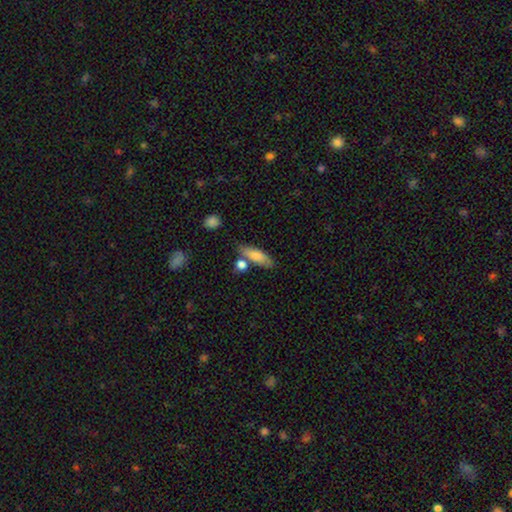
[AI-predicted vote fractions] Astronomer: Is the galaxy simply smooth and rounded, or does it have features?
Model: smooth — 76%.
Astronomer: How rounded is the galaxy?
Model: in between — 54% (runner-up: cigar-shaped, 43%).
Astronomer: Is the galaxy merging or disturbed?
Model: none — 66%.